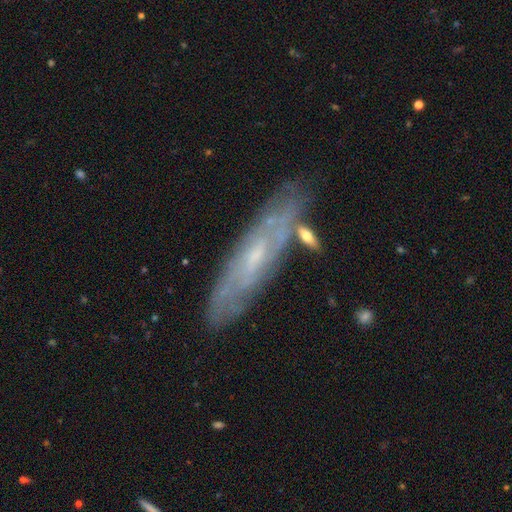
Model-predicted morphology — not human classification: featured or disk 71%, smooth 21%, star or artifact 7%. Down the decision tree: edge-on disk — no (61%); merging — none (80%).